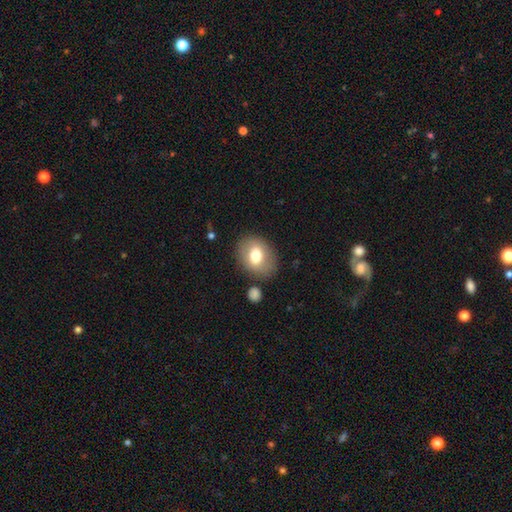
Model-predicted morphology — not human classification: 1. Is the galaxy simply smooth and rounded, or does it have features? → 69% smooth, 23% featured or disk, 8% star or artifact.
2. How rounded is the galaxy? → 61% in between, 38% round, 1% cigar-shaped.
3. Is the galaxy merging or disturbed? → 80% none, 12% minor disturbance, 4% merger, 4% major disturbance.